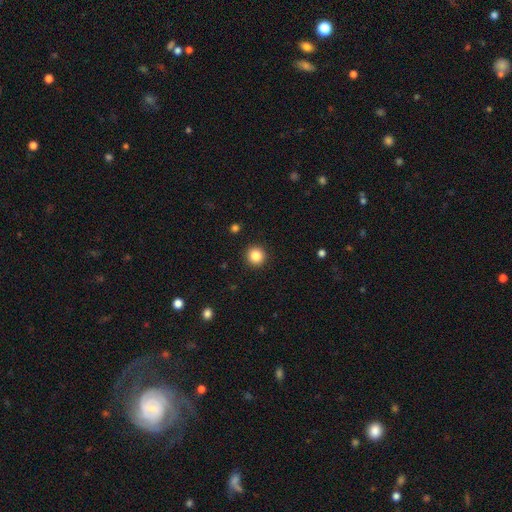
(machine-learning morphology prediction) A smooth galaxy with no disk features (85%) that is round (95%).

Vote fractions:
- Smooth or featured? smooth: 85% / star or artifact: 10% / featured or disk: 4%
- How rounded? round: 95% / in between: 4% / cigar-shaped: 1%
- Merging? none: 92% / minor disturbance: 5% / major disturbance: 2% / merger: 1%